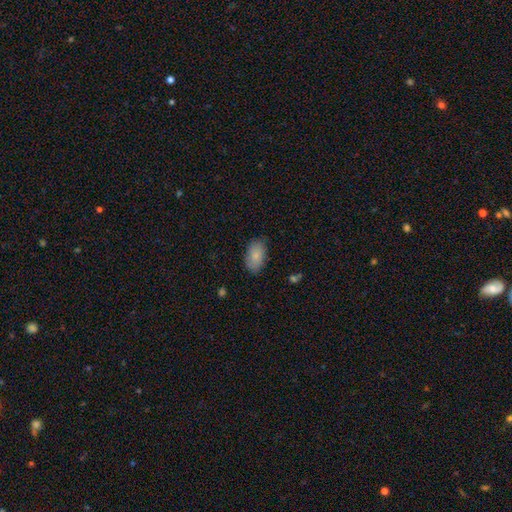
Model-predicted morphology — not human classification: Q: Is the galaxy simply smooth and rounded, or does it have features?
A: smooth — 84%.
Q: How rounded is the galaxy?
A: in between — 93%.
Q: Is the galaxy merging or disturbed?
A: none — 81%.